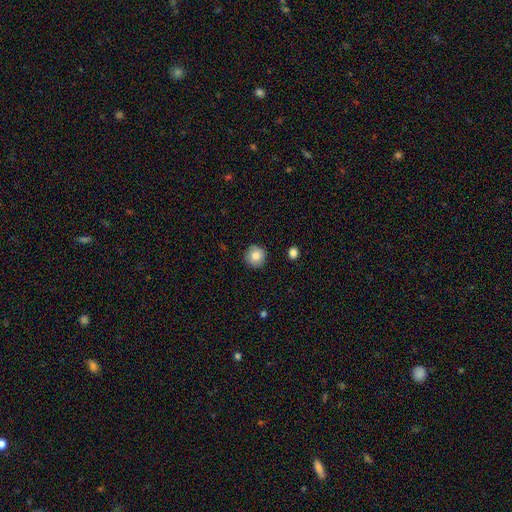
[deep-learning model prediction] smooth 82%, star or artifact 9%, featured or disk 9%. Down the decision tree: how rounded — round (94%); merging — none (89%).